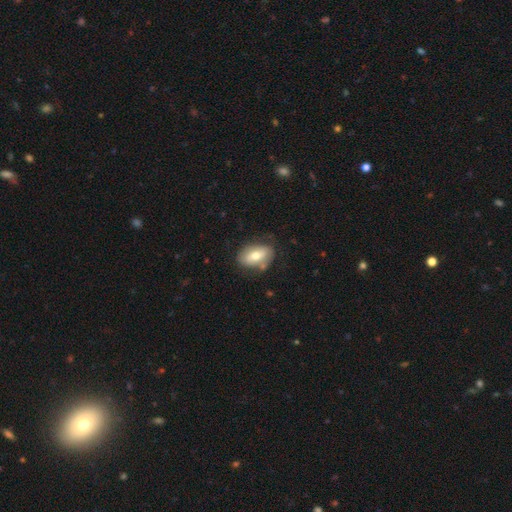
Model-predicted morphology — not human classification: Q: Smooth or featured?
A: smooth (62%); runner-up: featured or disk (31%)
Q: How rounded?
A: in between (87%); runner-up: round (11%)
Q: Merging?
A: none (72%); runner-up: minor disturbance (19%)